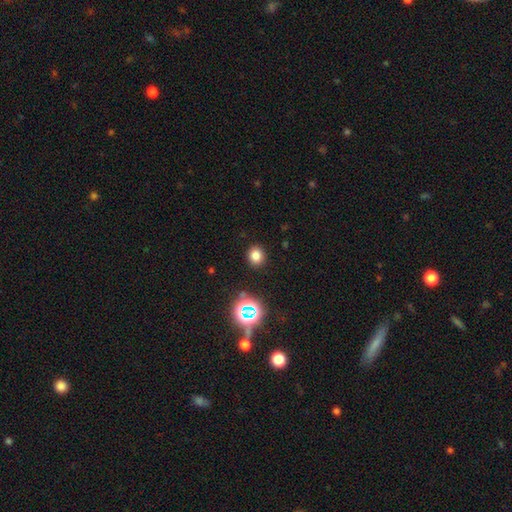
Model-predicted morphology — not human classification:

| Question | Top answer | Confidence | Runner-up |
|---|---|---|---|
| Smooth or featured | smooth | 76% | star or artifact (18%) |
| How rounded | round | 77% | in between (22%) |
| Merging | none | 90% | minor disturbance (6%) |